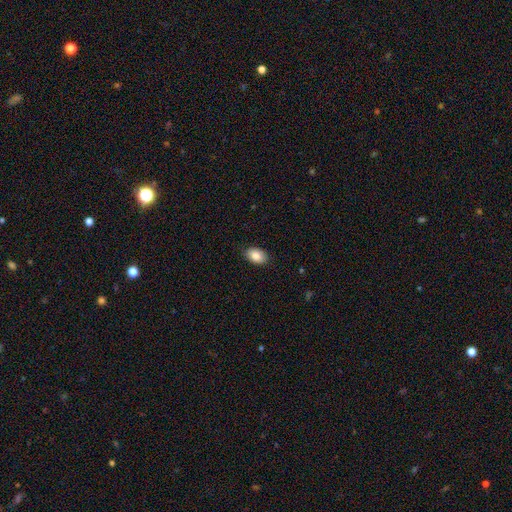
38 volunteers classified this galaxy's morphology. Volunteers were most divided on "how rounded": in between: 89%, round: 11%, cigar-shaped: 0%. More confident: smooth or featured — smooth (95%); merging — none (89%).